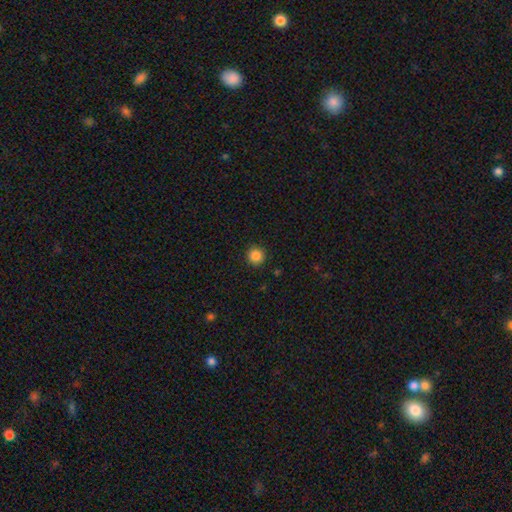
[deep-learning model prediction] A smooth galaxy with no disk features (86%) that is round (94%). Merging: none (91%).